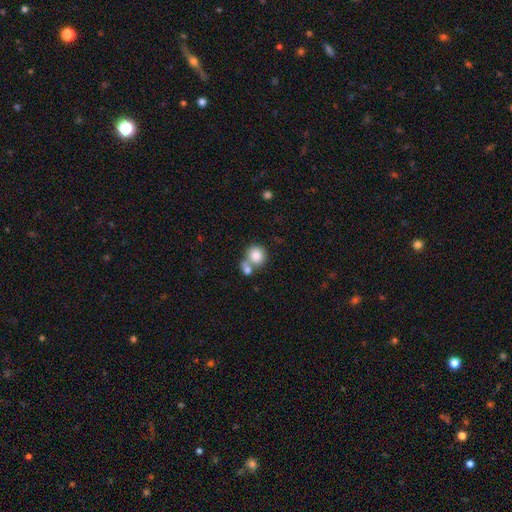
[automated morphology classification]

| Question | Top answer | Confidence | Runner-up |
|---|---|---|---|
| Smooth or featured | smooth | 82% | featured or disk (10%) |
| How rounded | round | 81% | in between (18%) |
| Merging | merger | 46% | none (41%) |